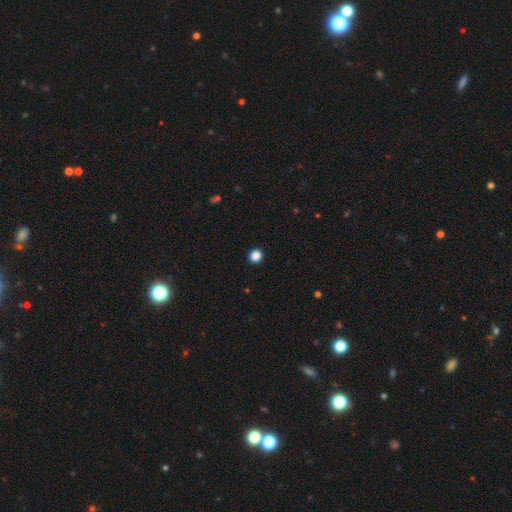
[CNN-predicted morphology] A smooth galaxy with no disk features (87%) that is round (92%). Merging: none (94%).